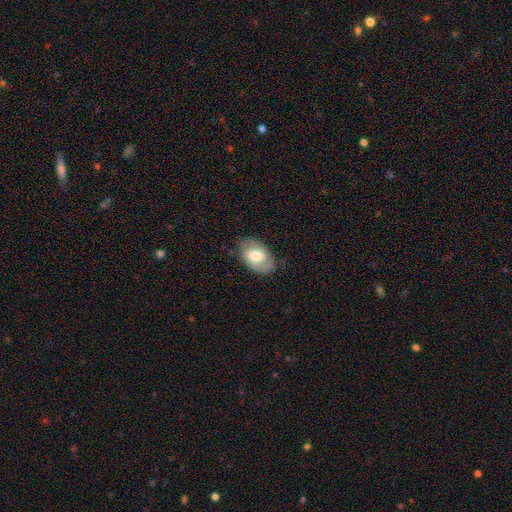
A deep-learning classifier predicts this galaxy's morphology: The model was most divided on "smooth or featured": smooth: 49%, featured or disk: 44%, star or artifact: 6%. More confident: merging — none (79%).